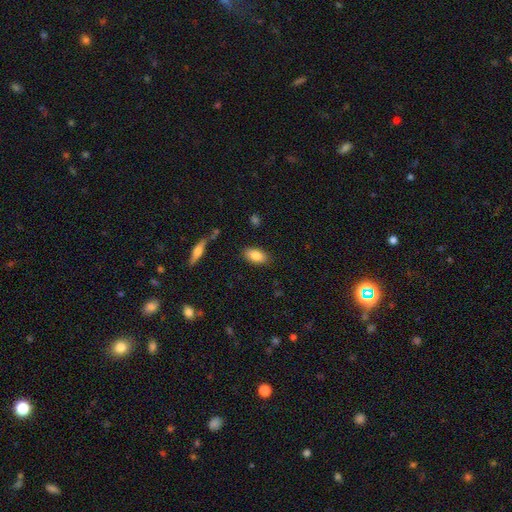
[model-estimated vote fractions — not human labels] smooth 83%, featured or disk 10%, star or artifact 7%. Down the decision tree: how rounded — in between (91%); merging — none (85%).